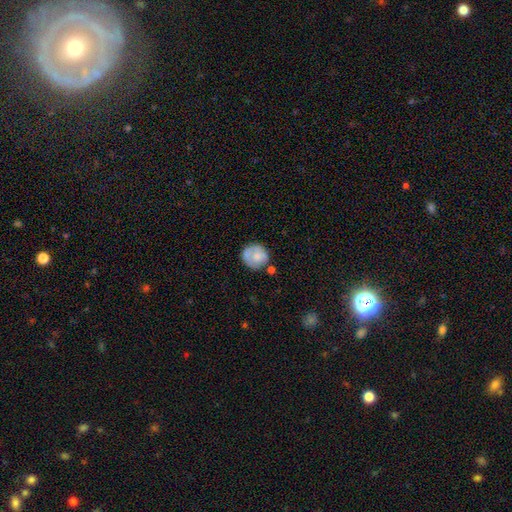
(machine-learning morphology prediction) smooth 66%, featured or disk 27%, star or artifact 7%. Down the decision tree: how rounded — round (87%); merging — none (63%).